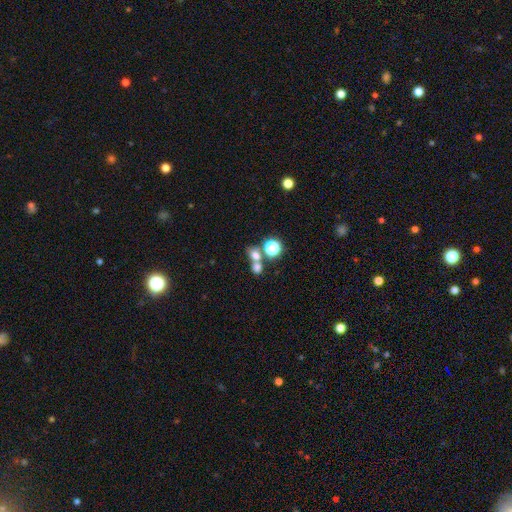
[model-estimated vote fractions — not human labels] Overall: smooth (65%). How rounded: round (62%; in between 36%). Merging: merger (46%; none 41%).